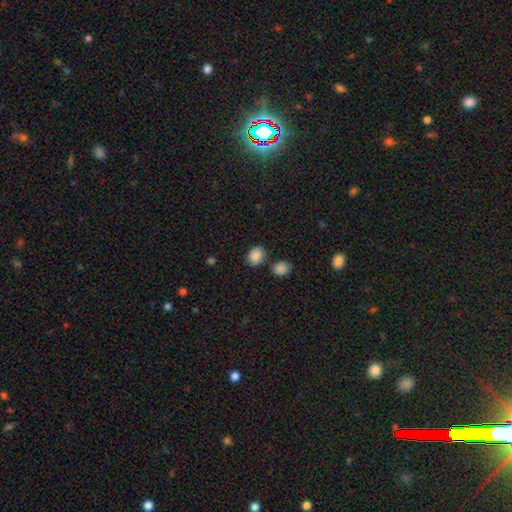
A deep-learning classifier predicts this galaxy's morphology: Q: Smooth or featured?
A: smooth (87%); runner-up: star or artifact (9%)
Q: How rounded?
A: round (50%); runner-up: in between (49%)
Q: Merging?
A: none (71%); runner-up: merger (13%)